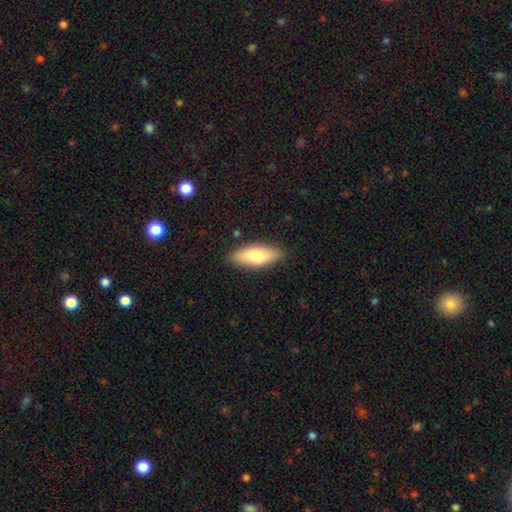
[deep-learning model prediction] Smooth or featured?
  - smooth: 76% *
  - featured or disk: 18%
  - star or artifact: 6%
How rounded?
  - in between: 76% *
  - cigar-shaped: 22%
  - round: 2%
Merging?
  - none: 86% *
  - minor disturbance: 11%
  - major disturbance: 2%
  - merger: 1%